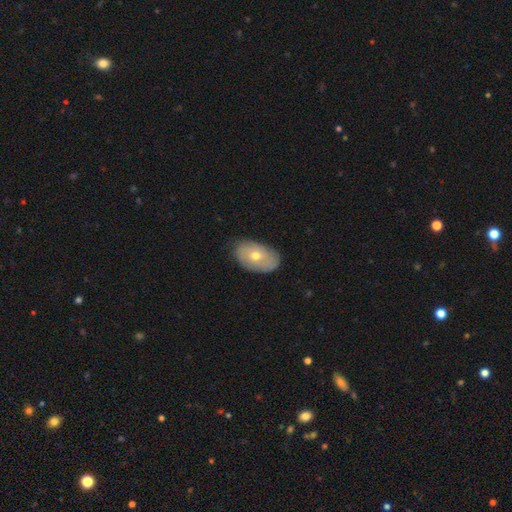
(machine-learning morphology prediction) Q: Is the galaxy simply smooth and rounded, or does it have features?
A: smooth — 51%.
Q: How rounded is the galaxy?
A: in between — 89%.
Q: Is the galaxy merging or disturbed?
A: none — 81%.